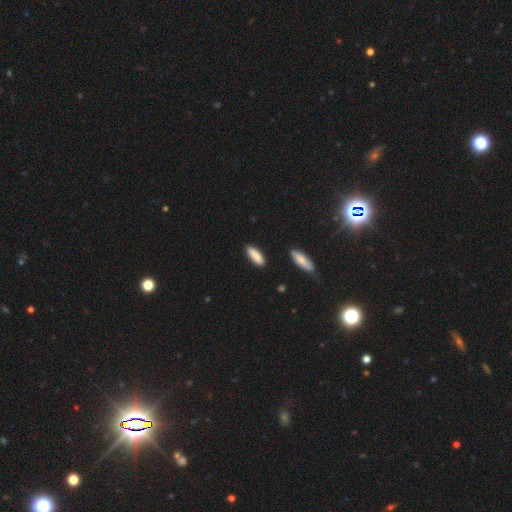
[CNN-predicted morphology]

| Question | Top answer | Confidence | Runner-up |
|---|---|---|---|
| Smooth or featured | smooth | 87% | featured or disk (7%) |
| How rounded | in between | 56% | cigar-shaped (43%) |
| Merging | none | 87% | minor disturbance (9%) |